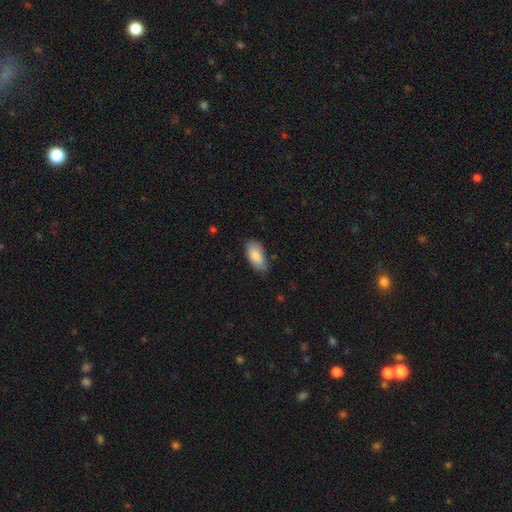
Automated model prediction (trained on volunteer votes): smooth-or-featured: smooth: 83% | featured or disk: 11% | star or artifact: 6%
  how-rounded: in between: 93% | cigar-shaped: 4% | round: 2%
  merging: none: 69% | minor disturbance: 25% | major disturbance: 4% | merger: 1%